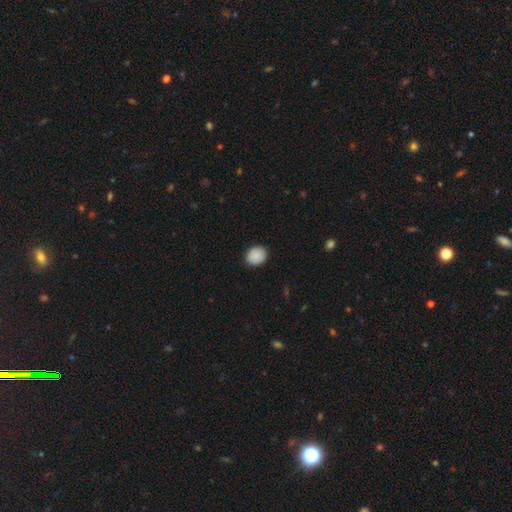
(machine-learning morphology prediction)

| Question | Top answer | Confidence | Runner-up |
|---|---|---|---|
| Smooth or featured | smooth | 89% | star or artifact (7%) |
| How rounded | round | 60% | in between (39%) |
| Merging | none | 87% | minor disturbance (10%) |